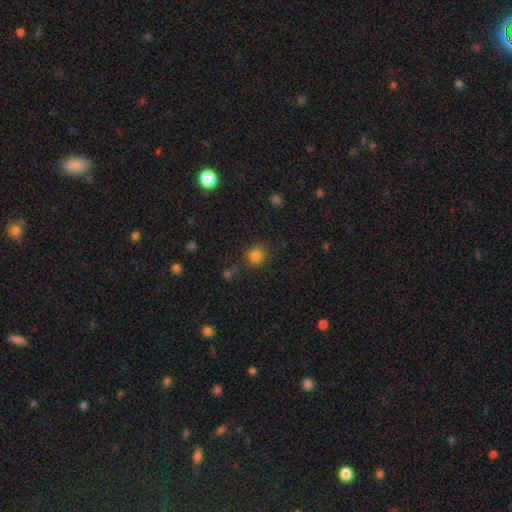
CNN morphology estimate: smooth-or-featured: smooth: 82% | star or artifact: 13% | featured or disk: 5%
  how-rounded: round: 87% | in between: 12% | cigar-shaped: 1%
  merging: none: 83% | minor disturbance: 10% | major disturbance: 4% | merger: 3%